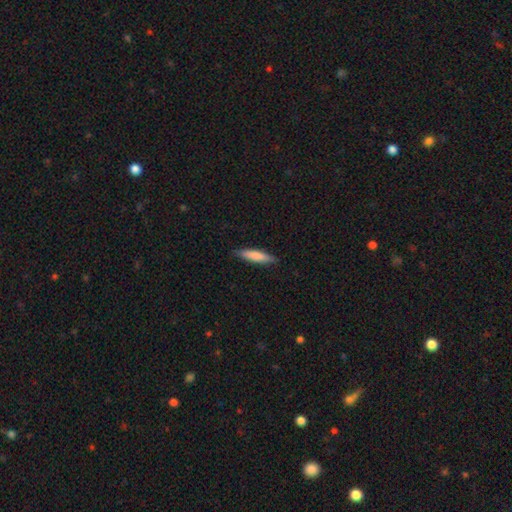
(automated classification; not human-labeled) Smooth or featured?
  - smooth: 79% *
  - featured or disk: 16%
  - star or artifact: 5%
How rounded?
  - cigar-shaped: 81% *
  - in between: 18%
  - round: 1%
Merging?
  - none: 87% *
  - minor disturbance: 10%
  - major disturbance: 2%
  - merger: 1%